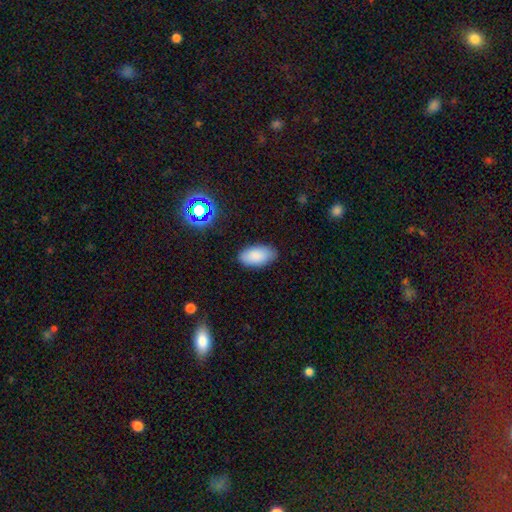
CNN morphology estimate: Smooth or featured: smooth — 86% (star or artifact — 8%)
How rounded: in between — 95% (cigar-shaped — 3%)
Merging: none — 85% (minor disturbance — 11%)